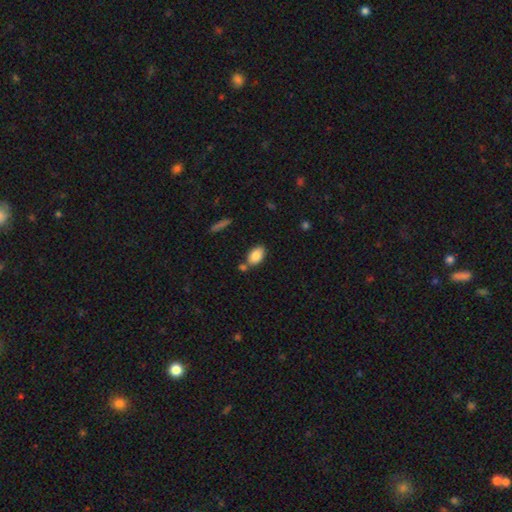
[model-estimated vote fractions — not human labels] smooth 86%, featured or disk 7%, star or artifact 7%. Down the decision tree: how rounded — in between (92%); merging — none (66%).